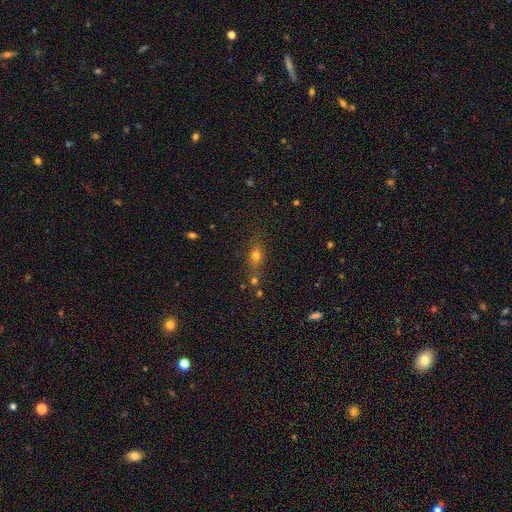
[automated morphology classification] The model was most divided on "how rounded": in between: 52%, round: 36%, cigar-shaped: 12%. More confident: smooth or featured — smooth (66%); merging — none (66%).